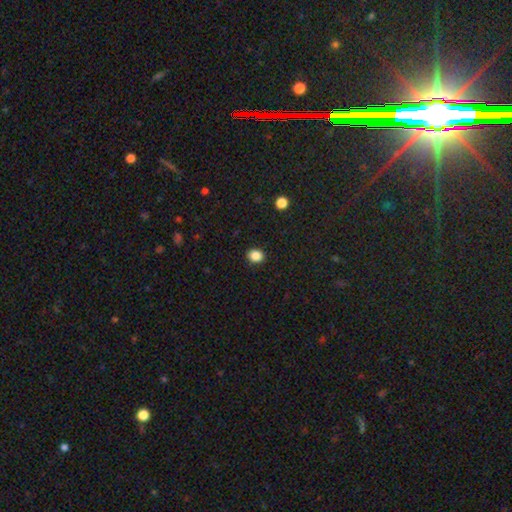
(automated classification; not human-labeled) Smooth or featured: smooth — 87% (star or artifact — 10%)
How rounded: round — 63% (in between — 36%)
Merging: none — 91% (minor disturbance — 6%)